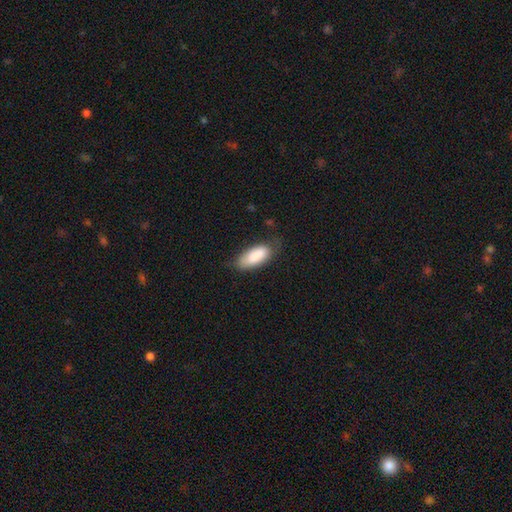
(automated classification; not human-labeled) smooth_or_featured: smooth (p=0.86) [alt: featured or disk p=0.08]
how_rounded: in between (p=0.83) [alt: cigar-shaped p=0.15]
merging: none (p=0.66) [alt: minor disturbance p=0.26]